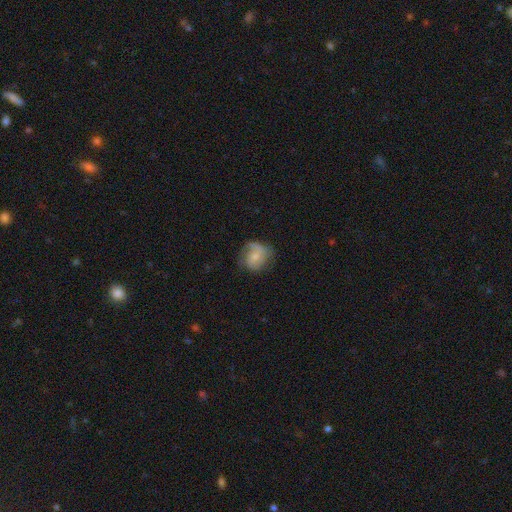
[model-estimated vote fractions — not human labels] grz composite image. It shows a featured or disk galaxy (53%) with no bar (65%), spiral arms (84%) and a small central bulge (57%). Merging: none (58%).